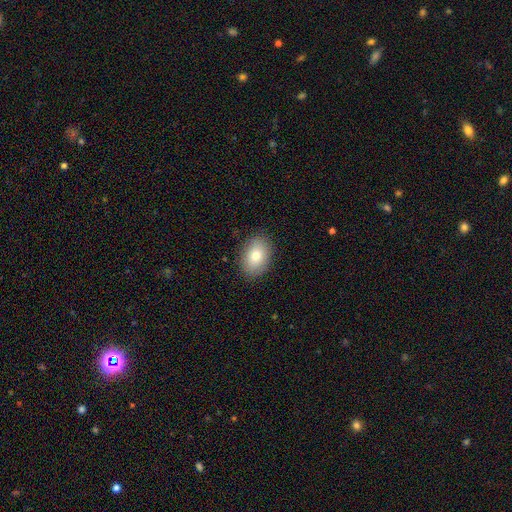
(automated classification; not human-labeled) smooth_or_featured: smooth (p=0.81) [alt: featured or disk p=0.11]
how_rounded: in between (p=0.83) [alt: round p=0.16]
merging: none (p=0.88) [alt: minor disturbance p=0.09]